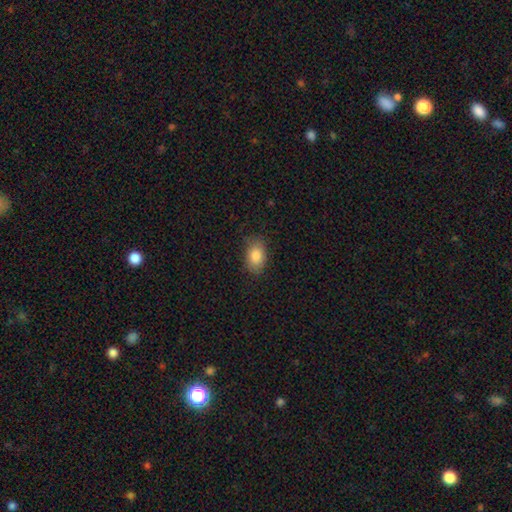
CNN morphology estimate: Smooth or featured?
  - smooth: 85% *
  - star or artifact: 8%
  - featured or disk: 7%
How rounded?
  - in between: 86% *
  - round: 12%
  - cigar-shaped: 1%
Merging?
  - none: 80% *
  - minor disturbance: 16%
  - major disturbance: 4%
  - merger: 1%